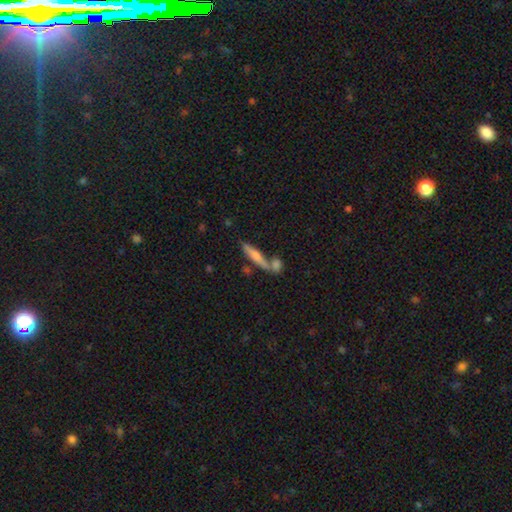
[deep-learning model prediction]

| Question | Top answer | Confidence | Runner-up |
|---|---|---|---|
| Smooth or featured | featured or disk | 47% | smooth (44%) |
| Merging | none | 60% | merger (26%) |